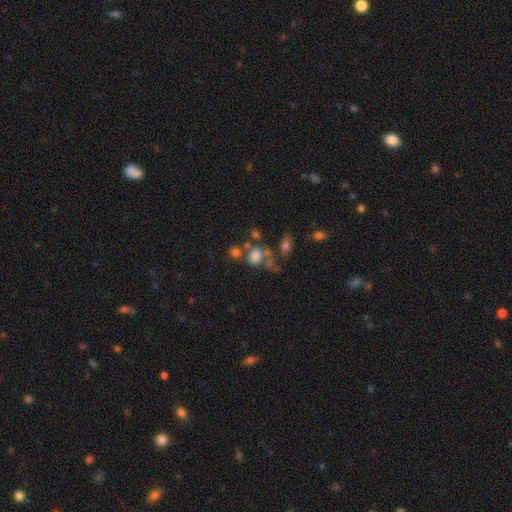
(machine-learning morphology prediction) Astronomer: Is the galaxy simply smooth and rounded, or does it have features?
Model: smooth — 72%.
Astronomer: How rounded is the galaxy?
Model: round — 68%.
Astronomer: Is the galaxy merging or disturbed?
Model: none — 40% (runner-up: merger, 33%).